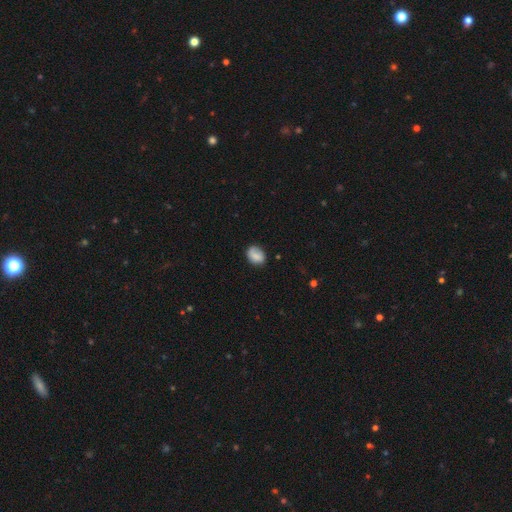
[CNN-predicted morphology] type=smooth (78%); roundness=in between (59%); merging=none (71%).